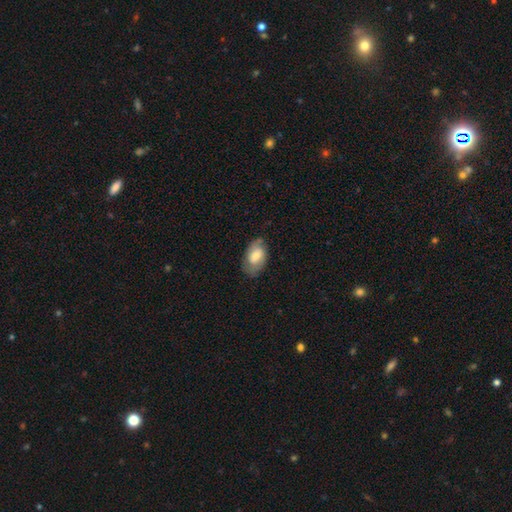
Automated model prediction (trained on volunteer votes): A smooth galaxy with no disk features (64%) that is in between round and cigar-shaped (93%).

Vote fractions:
- Smooth or featured? smooth: 64% / featured or disk: 30% / star or artifact: 7%
- How rounded? in between: 93% / round: 5% / cigar-shaped: 2%
- Merging? none: 70% / minor disturbance: 23% / major disturbance: 6% / merger: 1%